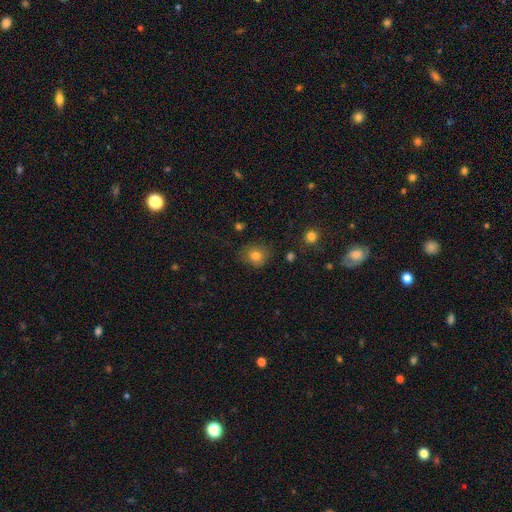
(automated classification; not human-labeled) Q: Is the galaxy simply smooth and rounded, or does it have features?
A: smooth — 79%.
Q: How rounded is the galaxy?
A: round — 78%.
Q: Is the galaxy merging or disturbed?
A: none — 79%.